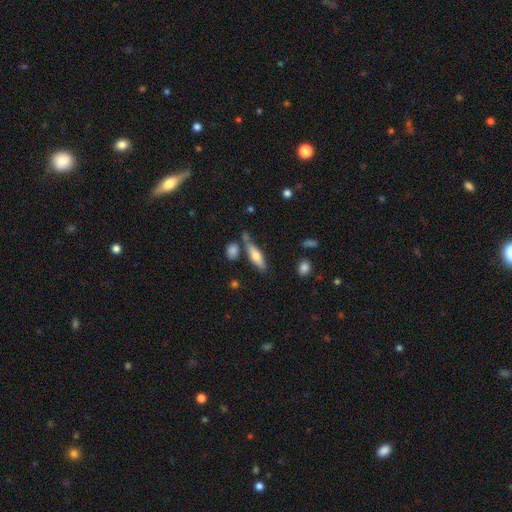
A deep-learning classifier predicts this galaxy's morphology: smooth 64%, featured or disk 30%, star or artifact 6%. Down the decision tree: how rounded — cigar-shaped (58%); merging — none (67%).